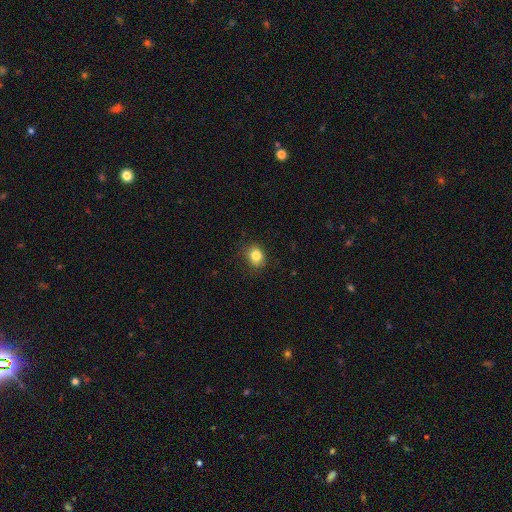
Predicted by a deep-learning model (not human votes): A smooth galaxy with no disk features (83%) that is round (65%).

Vote fractions:
- Smooth or featured? smooth: 83% / star or artifact: 11% / featured or disk: 6%
- How rounded? round: 65% / in between: 35% / cigar-shaped: 1%
- Merging? none: 79% / minor disturbance: 16% / major disturbance: 4% / merger: 1%